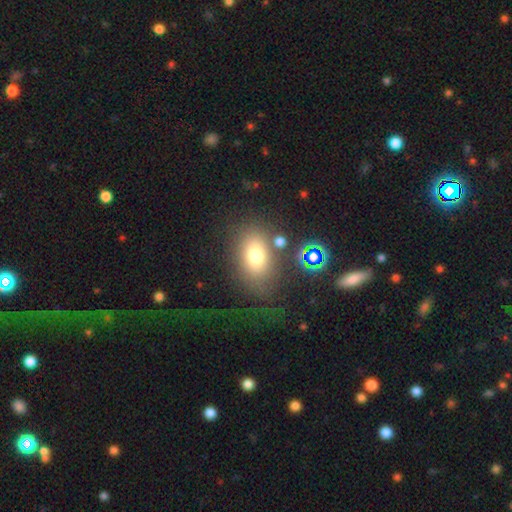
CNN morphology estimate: Smooth or featured: smooth — 70% (star or artifact — 15%)
How rounded: in between — 76% (round — 22%)
Merging: none — 67% (minor disturbance — 15%)